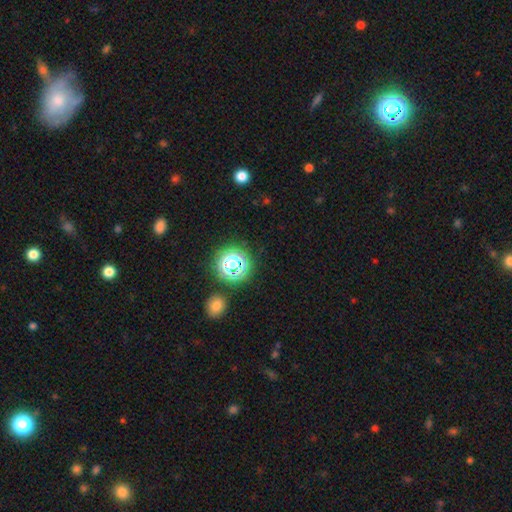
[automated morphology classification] star or artifact 68%, smooth 25%, featured or disk 7%.